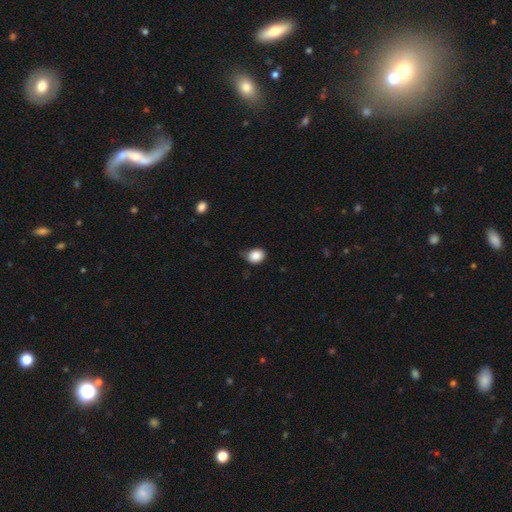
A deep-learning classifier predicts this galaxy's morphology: Q: Smooth or featured?
A: smooth (87%); runner-up: star or artifact (9%)
Q: How rounded?
A: in between (56%); runner-up: round (43%)
Q: Merging?
A: none (63%); runner-up: minor disturbance (31%)